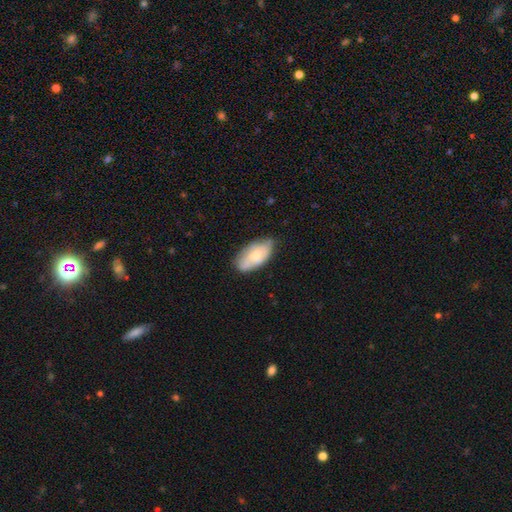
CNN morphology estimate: type=smooth (62%); roundness=in between (93%); merging=none (59%).